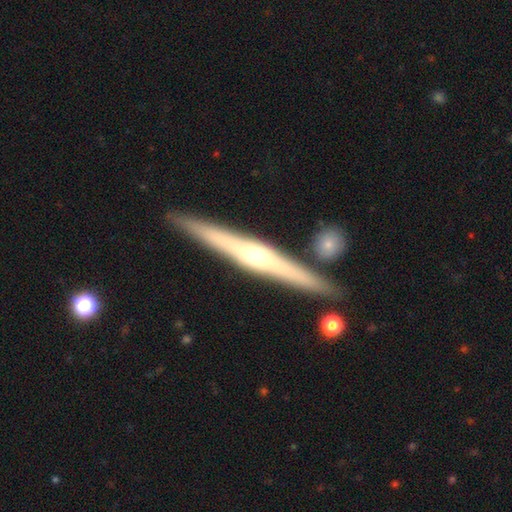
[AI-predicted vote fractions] Smooth or featured?
  - featured or disk: 77% *
  - smooth: 18%
  - star or artifact: 5%
Edge-on disk?
  - yes: 97% *
  - no: 3%
Edge-on bulge?
  - rounded: 78% *
  - none: 11%
  - boxy: 11%
Merging?
  - none: 86% *
  - minor disturbance: 7%
  - merger: 4%
  - major disturbance: 2%